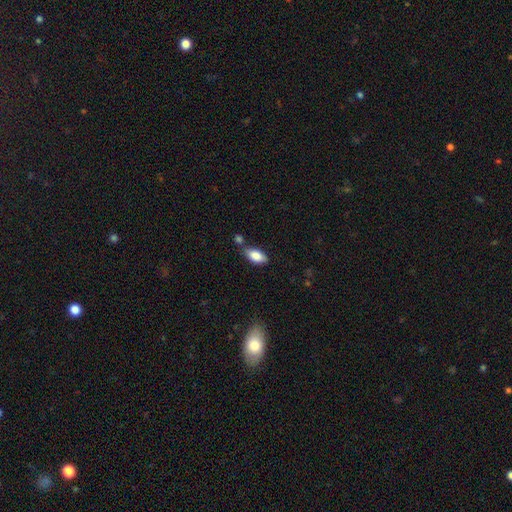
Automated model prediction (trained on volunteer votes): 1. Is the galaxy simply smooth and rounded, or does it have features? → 84% smooth, 8% featured or disk, 7% star or artifact.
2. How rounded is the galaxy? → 90% in between, 7% cigar-shaped, 3% round.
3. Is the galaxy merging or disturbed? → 64% none, 18% minor disturbance, 14% merger, 4% major disturbance.